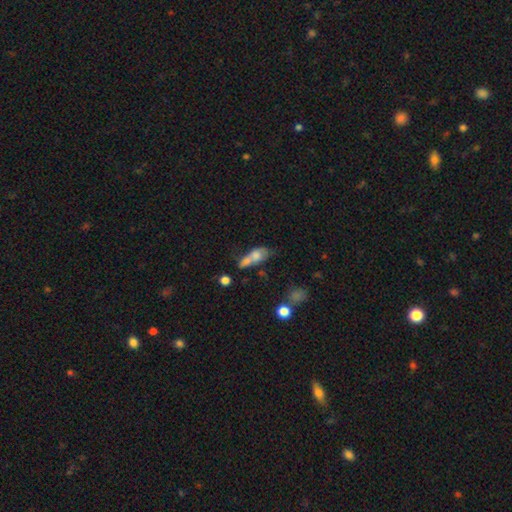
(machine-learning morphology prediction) Q: Smooth or featured?
A: smooth (64%); runner-up: featured or disk (25%)
Q: How rounded?
A: in between (68%); runner-up: cigar-shaped (20%)
Q: Merging?
A: merger (47%); runner-up: none (23%)